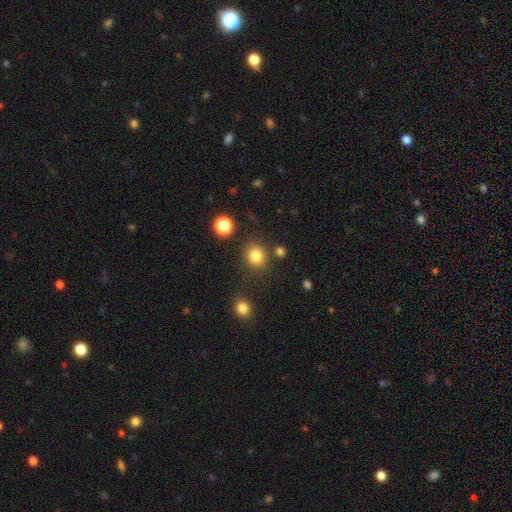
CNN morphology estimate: Smooth or featured: smooth — 82% (star or artifact — 12%)
How rounded: round — 80% (in between — 20%)
Merging: none — 83% (minor disturbance — 9%)